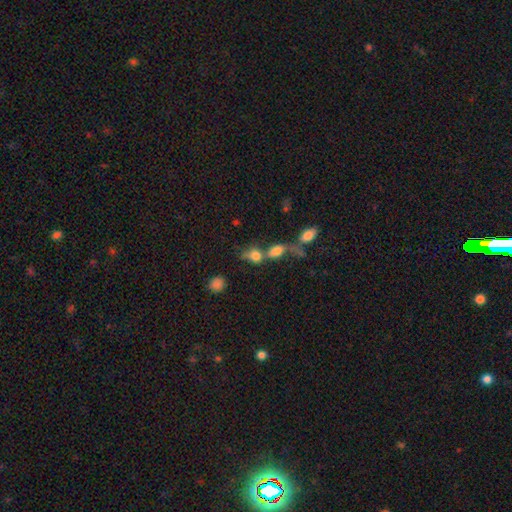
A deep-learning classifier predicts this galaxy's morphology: smooth-or-featured: smooth: 72% | featured or disk: 16% | star or artifact: 12%
  how-rounded: in between: 61% | round: 34% | cigar-shaped: 5%
  merging: merger: 64% | none: 18% | major disturbance: 10% | minor disturbance: 8%